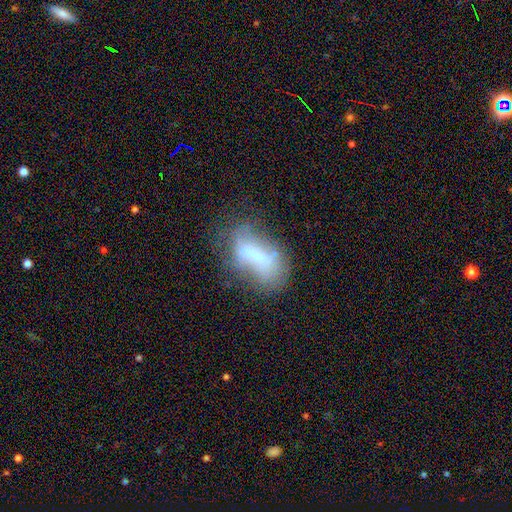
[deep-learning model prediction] This is possibly a smooth galaxy (46%). Merging: marginally none (44%).